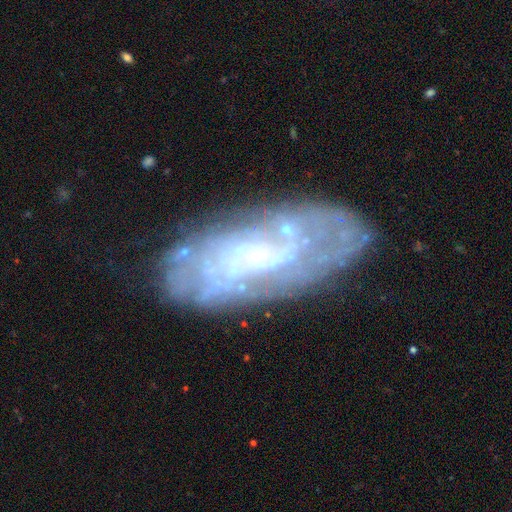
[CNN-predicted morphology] type=featured or disk (76%); edge-on=no (92%); bar=no (74%); spiral arms=yes (72%); bulge=small (68%); merging=none (68%).